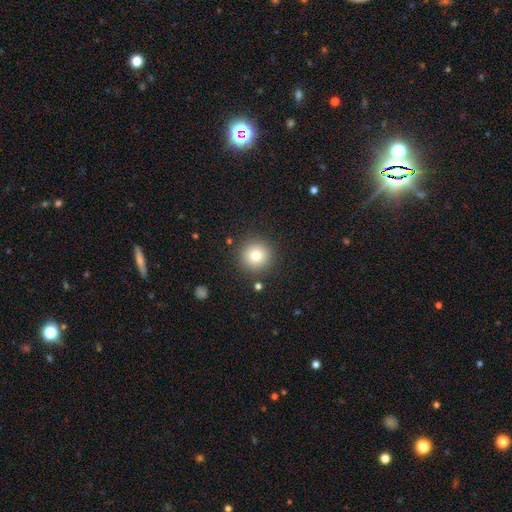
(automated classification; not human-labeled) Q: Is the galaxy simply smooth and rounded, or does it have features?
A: smooth — 78%.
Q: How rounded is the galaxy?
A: round — 95%.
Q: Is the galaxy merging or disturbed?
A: none — 89%.